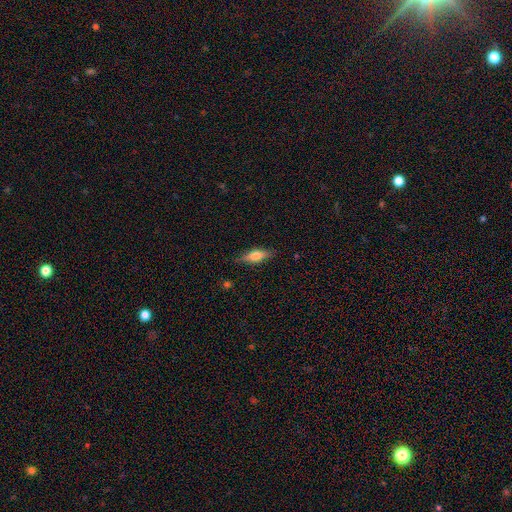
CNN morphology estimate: type=smooth (60%); roundness=in between (60%); merging=none (82%).